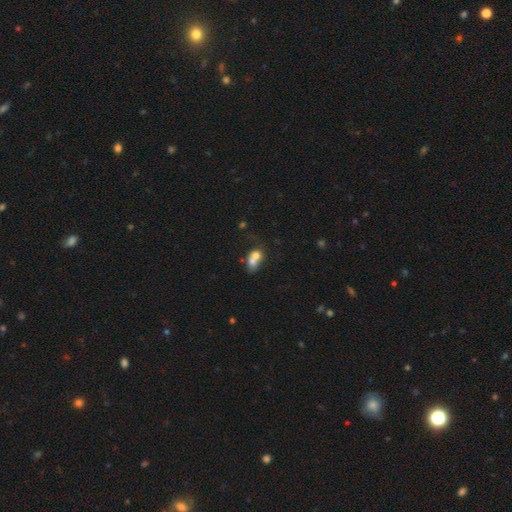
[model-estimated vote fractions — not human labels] Morphology: type=smooth (65%); roundness=in between (51%); merging=merger (71%).